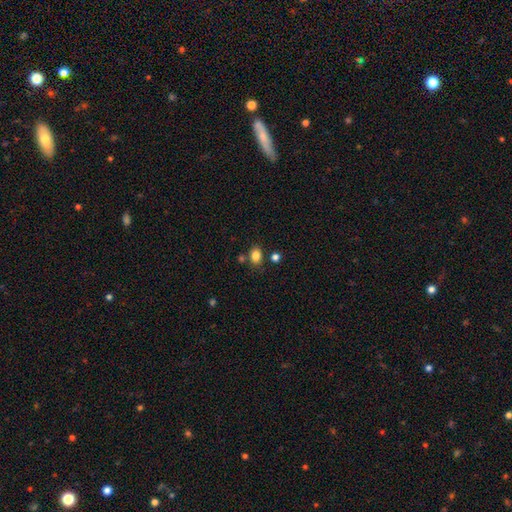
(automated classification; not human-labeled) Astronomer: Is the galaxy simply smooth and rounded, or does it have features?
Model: smooth — 83%.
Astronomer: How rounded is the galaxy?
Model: in between — 65%.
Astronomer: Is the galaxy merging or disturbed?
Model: none — 76%.